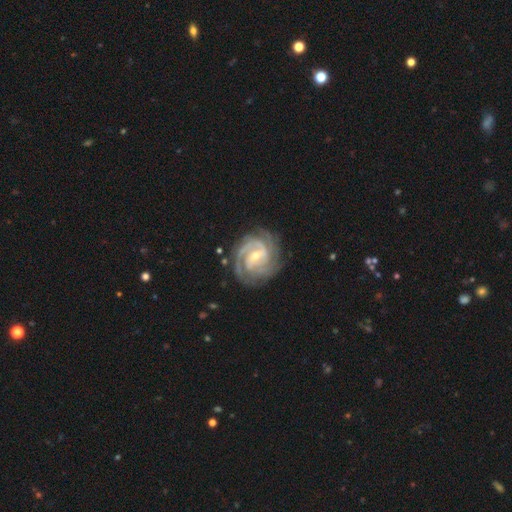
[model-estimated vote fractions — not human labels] Overall: featured or disk (92%). Edge-on disk: no (98%). Bar: weak (50%; strong 28%). Spiral arms: yes (98%). Spiral arm count: 3 (36%; 2 28%). Spiral winding: tight (68%; medium 29%). Bulge size: small (58%; moderate 39%). Merging: none (77%).